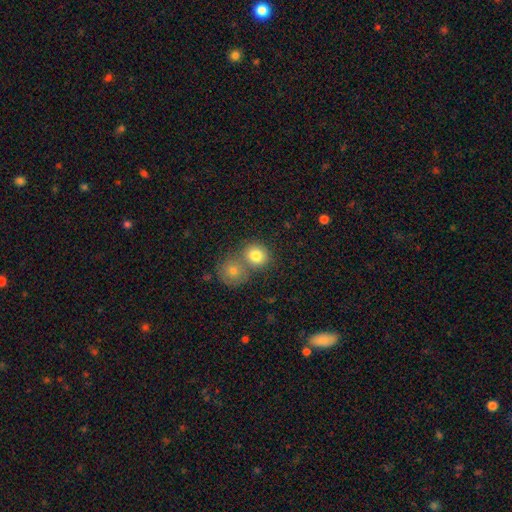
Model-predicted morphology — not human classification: A smooth galaxy with no disk features (81%) that is round (83%).

Vote fractions:
- Smooth or featured? smooth: 81% / star or artifact: 11% / featured or disk: 9%
- How rounded? round: 83% / in between: 16% / cigar-shaped: 1%
- Merging? none: 50% / merger: 40% / minor disturbance: 7% / major disturbance: 3%